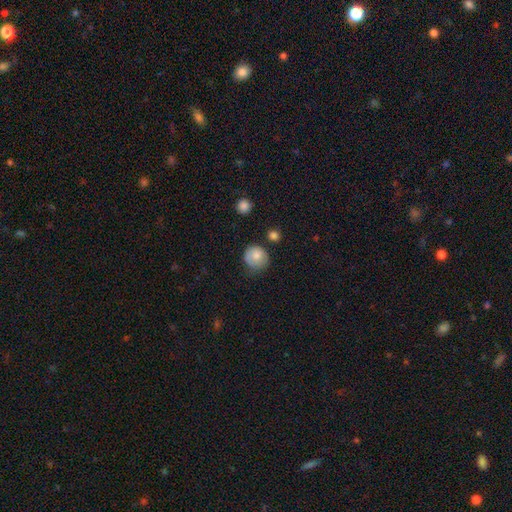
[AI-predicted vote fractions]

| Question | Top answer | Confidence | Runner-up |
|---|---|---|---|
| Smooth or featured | smooth | 74% | featured or disk (18%) |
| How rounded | round | 85% | in between (14%) |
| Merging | none | 60% | minor disturbance (27%) |